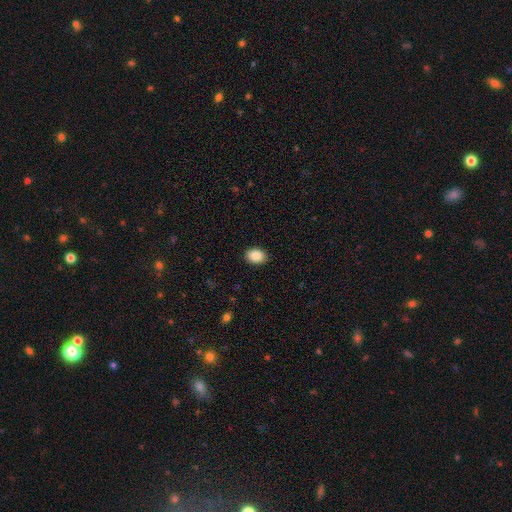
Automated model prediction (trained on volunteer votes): Q: Smooth or featured?
A: smooth (87%); runner-up: star or artifact (8%)
Q: How rounded?
A: in between (72%); runner-up: round (27%)
Q: Merging?
A: none (91%); runner-up: minor disturbance (7%)